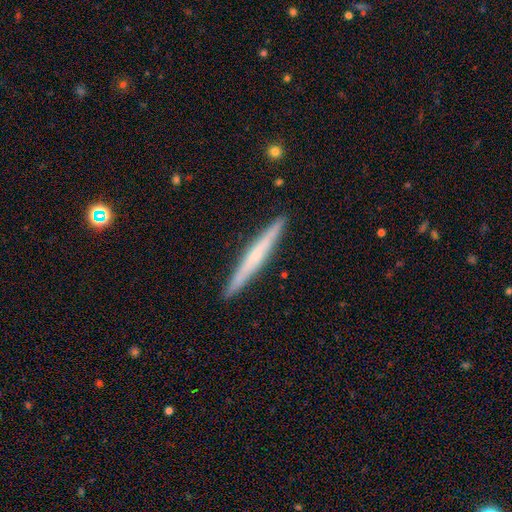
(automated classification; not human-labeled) Overall: featured or disk (55%; smooth 39%). Edge-on disk: yes (97%). Edge-on bulge: none (56%; rounded 35%). Merging: none (92%).